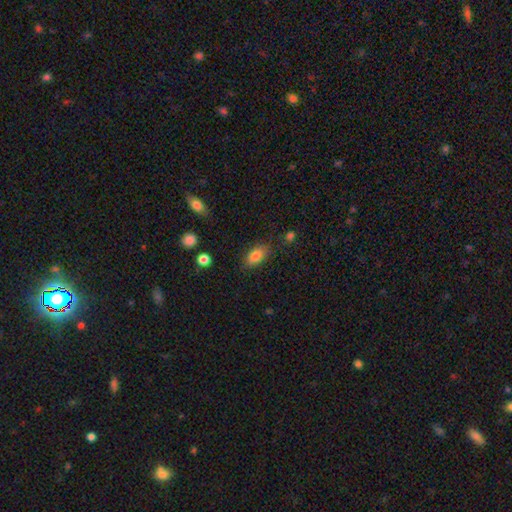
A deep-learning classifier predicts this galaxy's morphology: Q: Smooth or featured?
A: smooth (83%); runner-up: featured or disk (8%)
Q: How rounded?
A: in between (89%); runner-up: round (6%)
Q: Merging?
A: none (79%); runner-up: minor disturbance (15%)